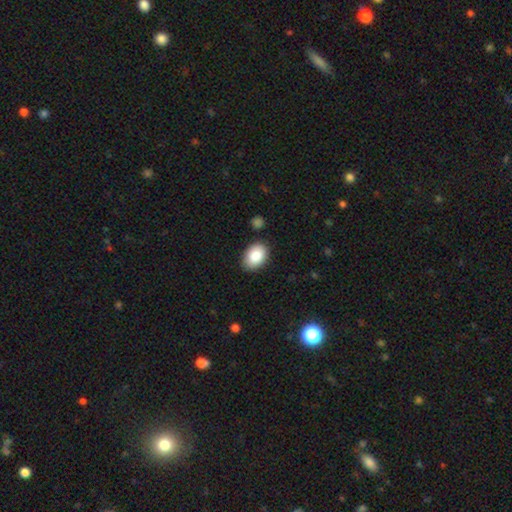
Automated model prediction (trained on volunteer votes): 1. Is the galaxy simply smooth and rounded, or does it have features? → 87% smooth, 7% star or artifact, 6% featured or disk.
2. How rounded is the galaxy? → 85% in between, 13% round, 1% cigar-shaped.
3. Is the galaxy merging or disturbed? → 84% none, 12% minor disturbance, 2% major disturbance, 2% merger.